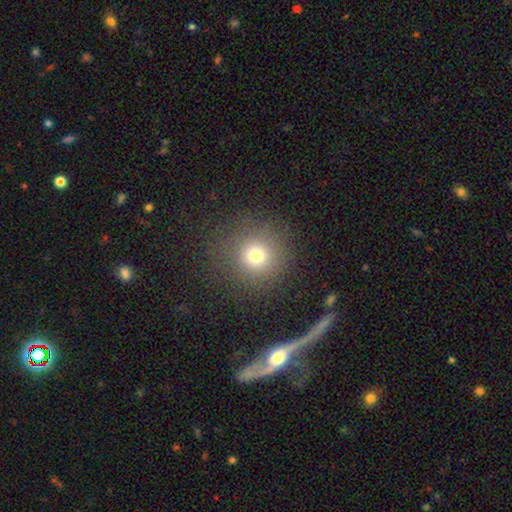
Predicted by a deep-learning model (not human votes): A smooth galaxy with no disk features (72%) that is round (93%).

Vote fractions:
- Smooth or featured? smooth: 72% / star or artifact: 19% / featured or disk: 9%
- How rounded? round: 93% / in between: 6% / cigar-shaped: 1%
- Merging? none: 86% / minor disturbance: 8% / major disturbance: 5% / merger: 1%